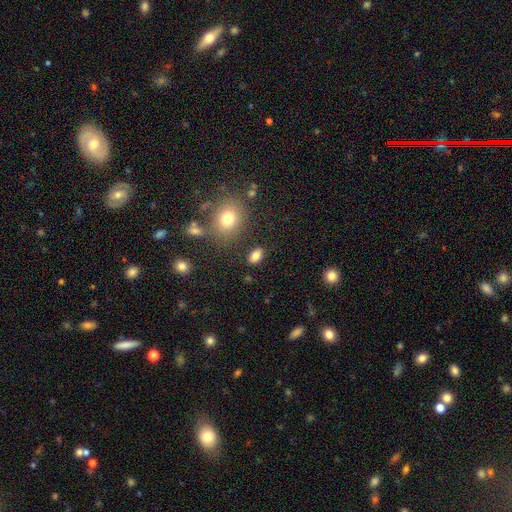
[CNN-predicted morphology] Smooth or featured? smooth (82%)
How rounded? in between (86%)
Merging? none (84%)